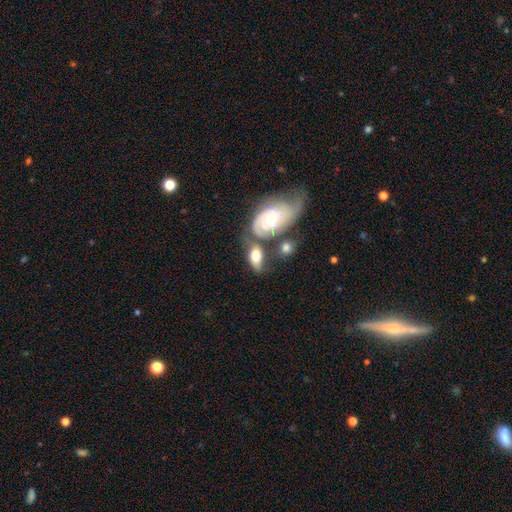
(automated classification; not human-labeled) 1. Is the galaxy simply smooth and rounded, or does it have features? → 51% smooth, 42% featured or disk, 7% star or artifact.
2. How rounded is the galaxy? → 87% in between, 7% round, 6% cigar-shaped.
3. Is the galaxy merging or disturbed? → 39% none, 31% merger, 20% minor disturbance, 10% major disturbance.